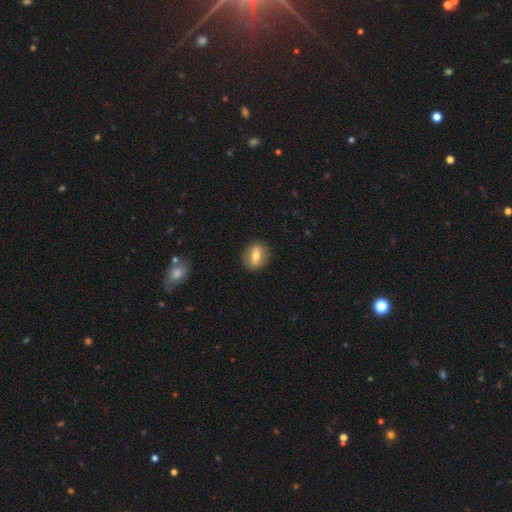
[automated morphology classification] This appears to be a smooth galaxy with no disk features (60%) that is in between round and cigar-shaped (55%). Merging: none (87%).